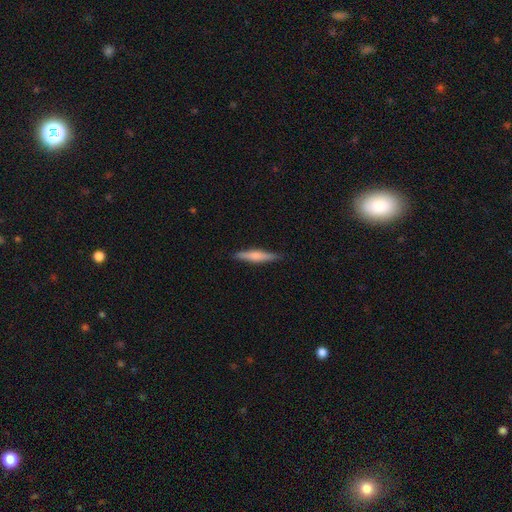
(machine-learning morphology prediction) This is possibly a smooth galaxy (58%). How rounded: clearly cigar-shaped (88%). Merging: clearly none (88%).